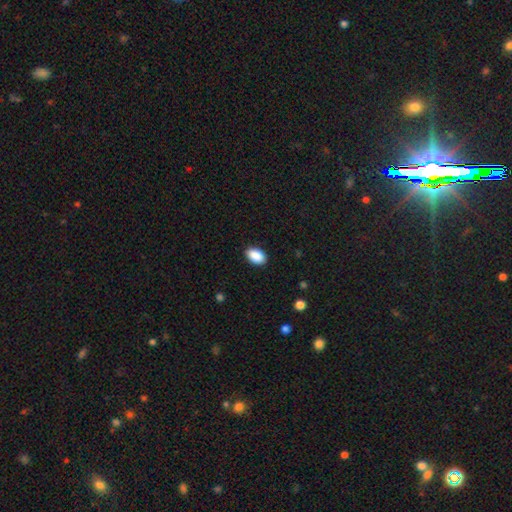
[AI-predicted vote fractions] Smooth or featured: smooth — 90% (star or artifact — 7%)
How rounded: in between — 91% (round — 8%)
Merging: none — 89% (minor disturbance — 8%)